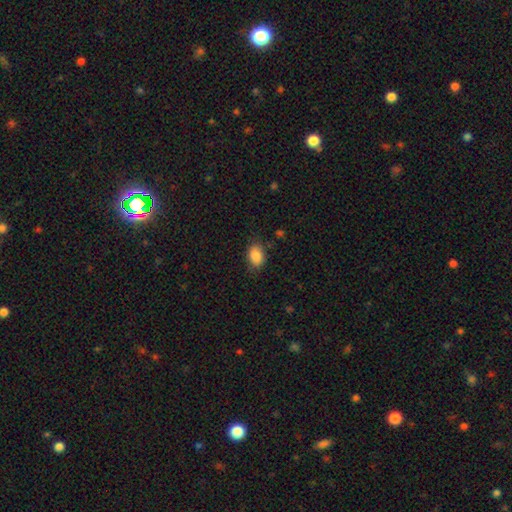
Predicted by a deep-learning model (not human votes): This is clearly a smooth galaxy (87%). How rounded: clearly in between (81%). Merging: likely none (80%).